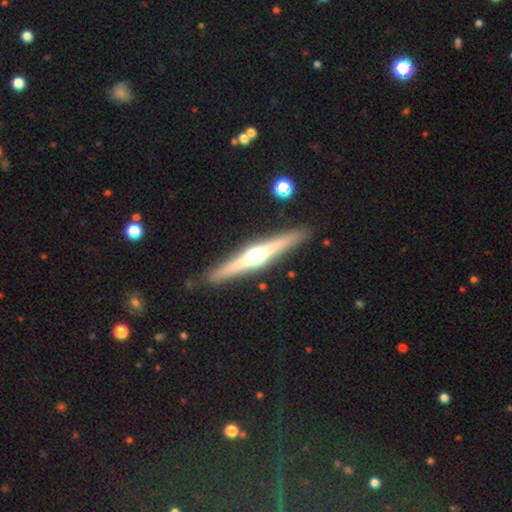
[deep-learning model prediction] Overall: featured or disk (75%). Edge-on disk: yes (97%). Edge-on bulge: rounded (95%). Merging: none (90%).